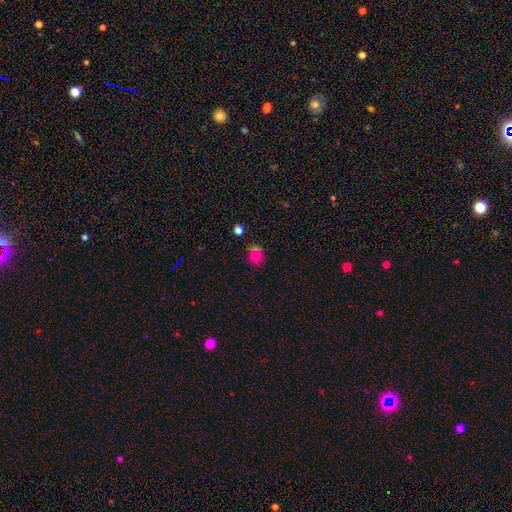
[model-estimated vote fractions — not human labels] Smooth or featured? smooth (74%)
How rounded? round (65%)
Merging? none (57%)